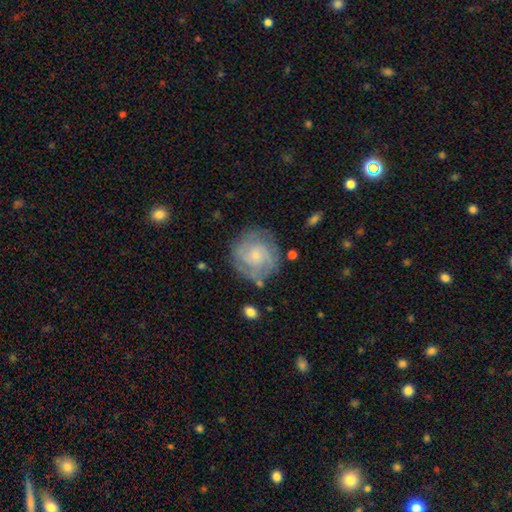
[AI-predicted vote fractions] A featured or disk galaxy (74%) with no bar (73%), tight (60%) spiral arms (92%) and a small central bulge (70%).

Vote fractions:
- Smooth or featured? featured or disk: 74% / smooth: 20% / star or artifact: 6%
- Edge-on disk? no: 98% / yes: 2%
- Bar? no: 73% / weak: 23% / strong: 3%
- Spiral arms? yes: 92% / no: 8%
- Spiral winding? tight: 60% / medium: 31% / loose: 8%
- Spiral arm count? can't tell: 30% / 2: 26% / 3: 25% / 4: 9% / 1: 5% / more than 4: 5%
- Bulge size? small: 70% / moderate: 23% / none: 4% / large: 2% / dominant: 1%
- Merging? none: 77% / minor disturbance: 15% / major disturbance: 6% / merger: 2%